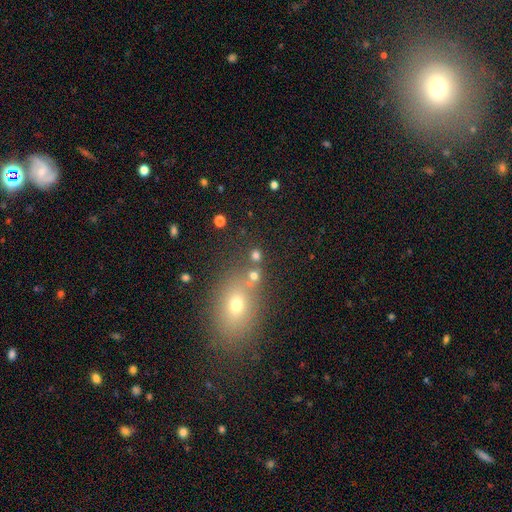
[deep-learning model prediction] Overall: smooth (71%). How rounded: round (83%). Merging: none (69%).